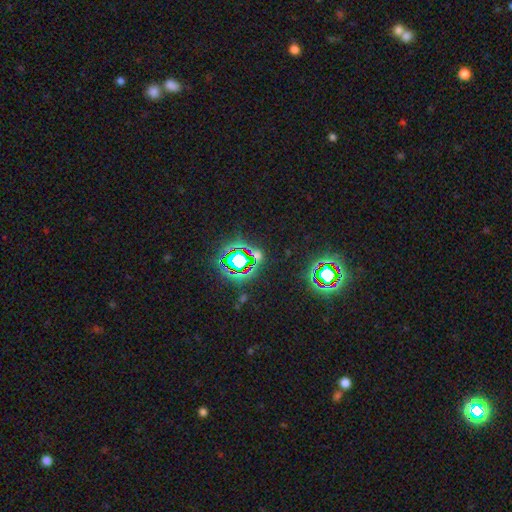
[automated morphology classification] type=star or artifact (72%).